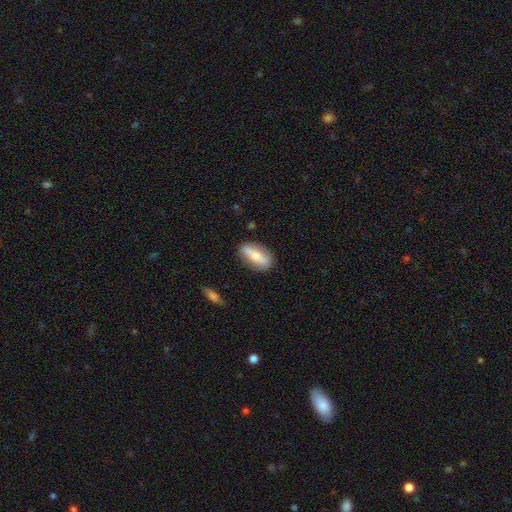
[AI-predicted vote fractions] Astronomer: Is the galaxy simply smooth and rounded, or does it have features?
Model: smooth — 63%.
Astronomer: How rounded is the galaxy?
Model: in between — 68%.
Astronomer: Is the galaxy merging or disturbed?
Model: none — 82%.